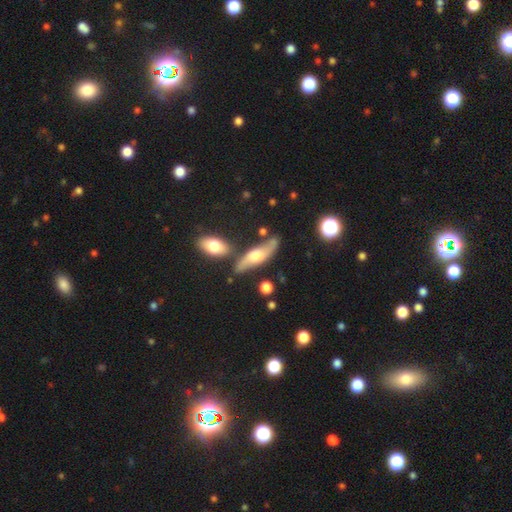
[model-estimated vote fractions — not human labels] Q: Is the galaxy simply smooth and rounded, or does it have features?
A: featured or disk — 66%.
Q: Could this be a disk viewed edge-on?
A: no — 54%.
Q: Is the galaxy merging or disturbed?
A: none — 66%.